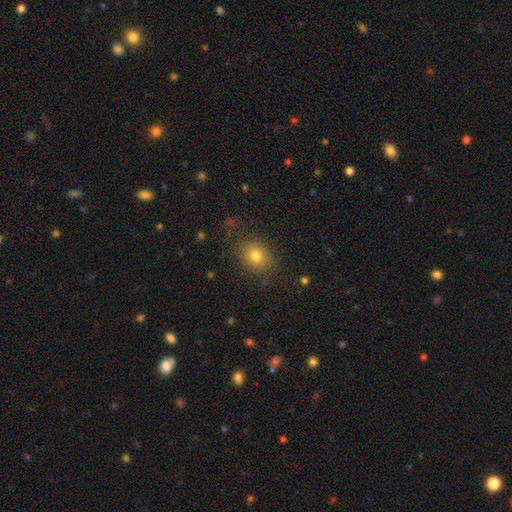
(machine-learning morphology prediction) Smooth or featured? smooth (76%)
How rounded? round (52%)
Merging? none (81%)